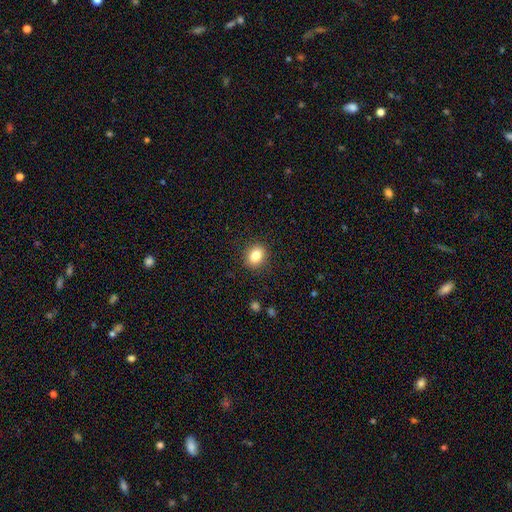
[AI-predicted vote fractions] Morphology: type=smooth (84%); roundness=round (51%); merging=none (89%).